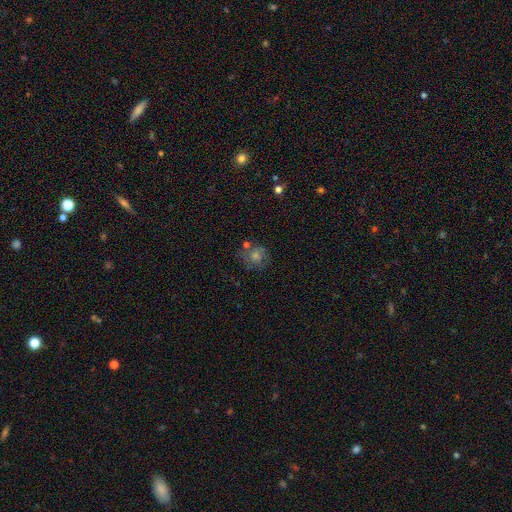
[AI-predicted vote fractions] A smooth galaxy with no disk features (43%). Merging: none (66%).